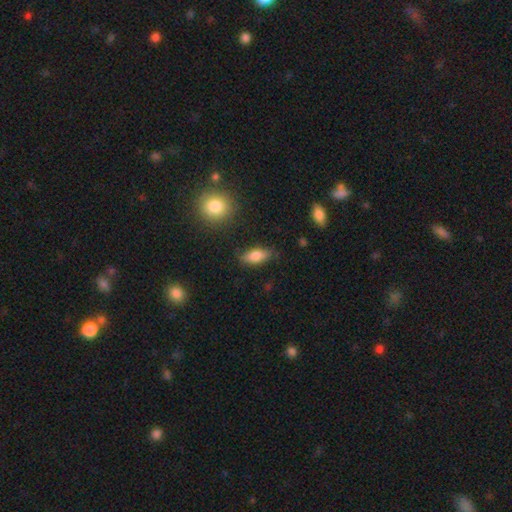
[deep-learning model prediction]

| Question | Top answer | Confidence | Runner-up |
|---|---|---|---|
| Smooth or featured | smooth | 80% | featured or disk (13%) |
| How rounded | in between | 83% | cigar-shaped (13%) |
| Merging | none | 80% | minor disturbance (15%) |